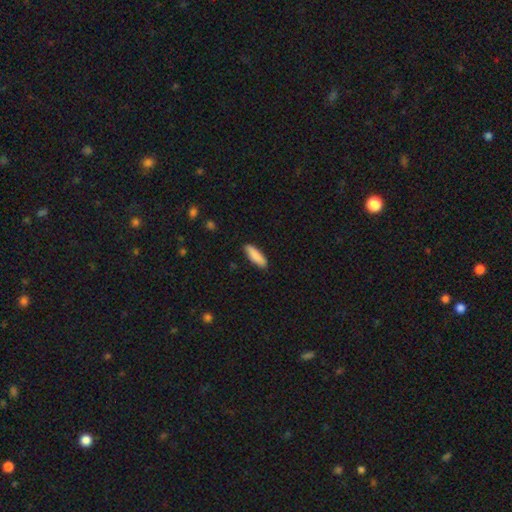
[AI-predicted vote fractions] A smooth galaxy with no disk features (88%) that is cigar-shaped (51%).

Vote fractions:
- Smooth or featured? smooth: 88% / featured or disk: 6% / star or artifact: 6%
- How rounded? cigar-shaped: 51% / in between: 48% / round: 2%
- Merging? none: 89% / minor disturbance: 8% / major disturbance: 2% / merger: 1%